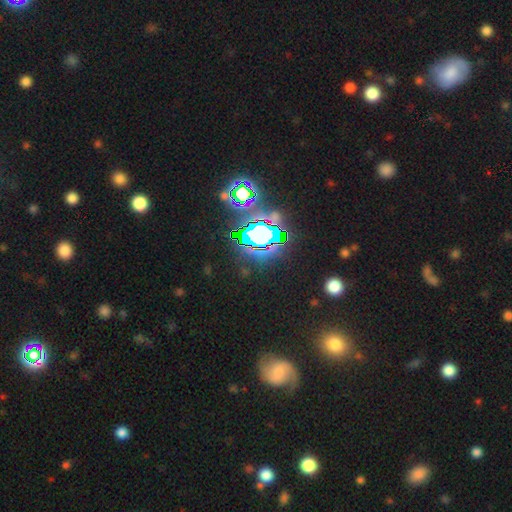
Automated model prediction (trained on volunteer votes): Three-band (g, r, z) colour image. It shows a star or artifact, not a galaxy (78%).